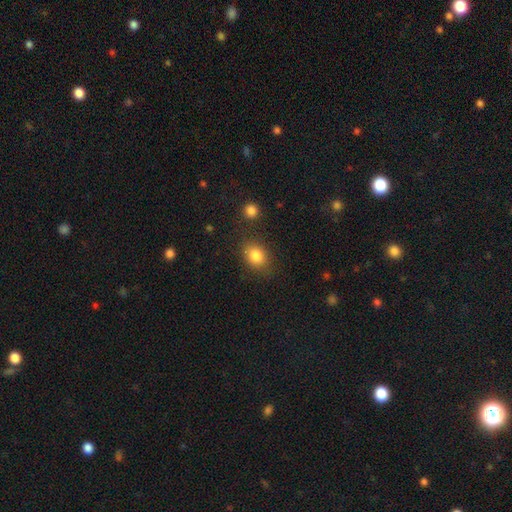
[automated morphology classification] smooth 83%, star or artifact 10%, featured or disk 7%. Down the decision tree: how rounded — in between (52%); merging — none (80%).